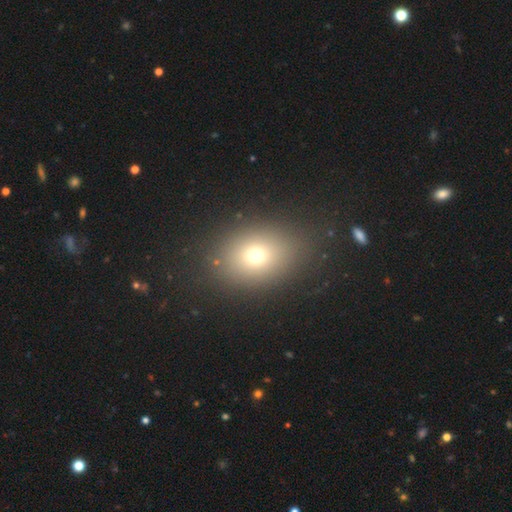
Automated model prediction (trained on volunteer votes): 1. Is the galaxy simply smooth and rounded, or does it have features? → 69% smooth, 18% star or artifact, 13% featured or disk.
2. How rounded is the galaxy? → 60% in between, 39% round, 1% cigar-shaped.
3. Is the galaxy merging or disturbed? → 84% none, 10% minor disturbance, 5% major disturbance, 2% merger.